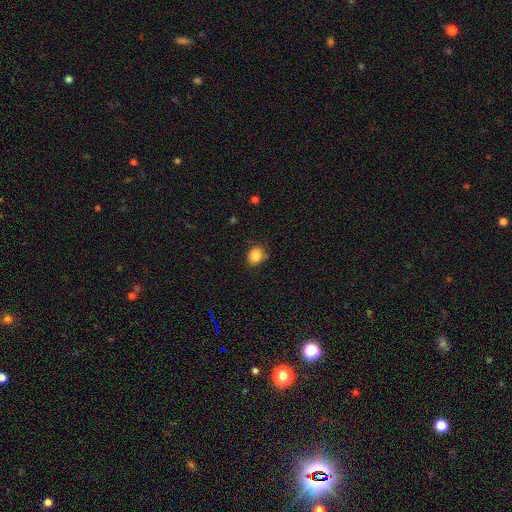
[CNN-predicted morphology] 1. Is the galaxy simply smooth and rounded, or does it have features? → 84% smooth, 10% star or artifact, 5% featured or disk.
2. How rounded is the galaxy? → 61% round, 38% in between, 1% cigar-shaped.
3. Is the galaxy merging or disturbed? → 77% none, 17% minor disturbance, 3% major disturbance, 3% merger.